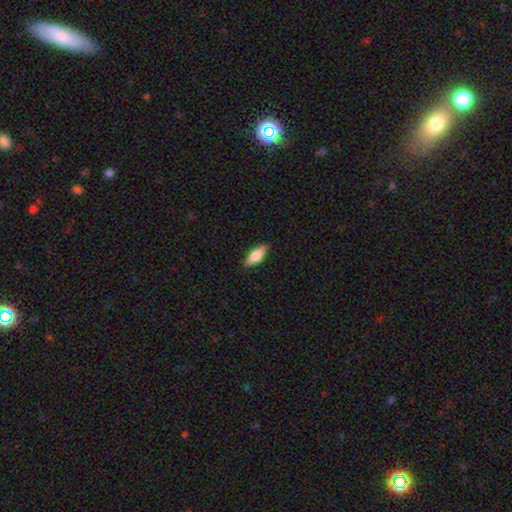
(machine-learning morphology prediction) Q: Smooth or featured?
A: smooth (67%); runner-up: featured or disk (27%)
Q: How rounded?
A: in between (69%); runner-up: cigar-shaped (28%)
Q: Merging?
A: none (88%); runner-up: minor disturbance (10%)